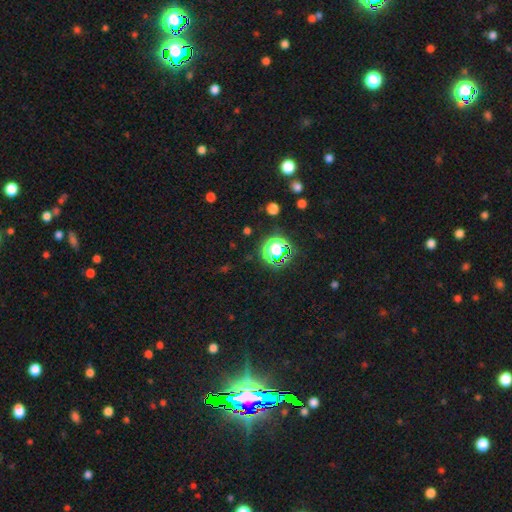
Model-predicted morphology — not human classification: type=star or artifact (79%).